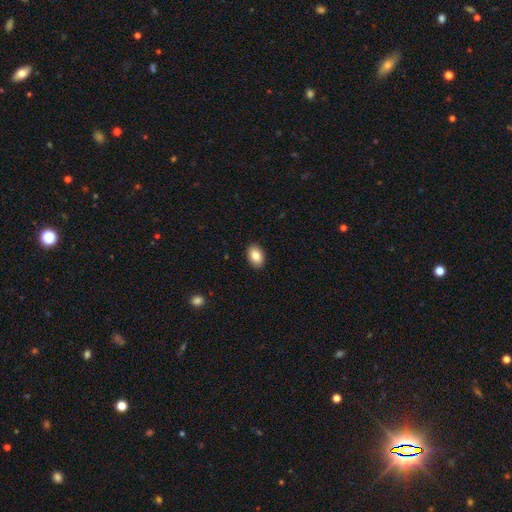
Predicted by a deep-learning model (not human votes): A smooth galaxy with no disk features (86%) that is in between round and cigar-shaped (86%). Merging: none (90%).